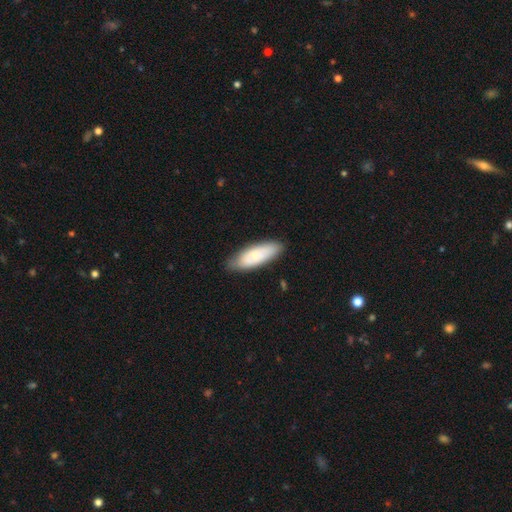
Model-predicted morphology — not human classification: This is likely a smooth galaxy (67%). How rounded: likely in between (66%). Merging: likely none (78%).